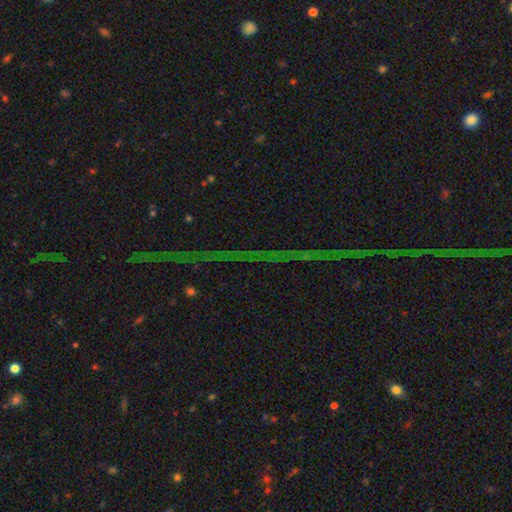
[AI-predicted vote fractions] Q: Smooth or featured?
A: star or artifact (84%); runner-up: featured or disk (9%)